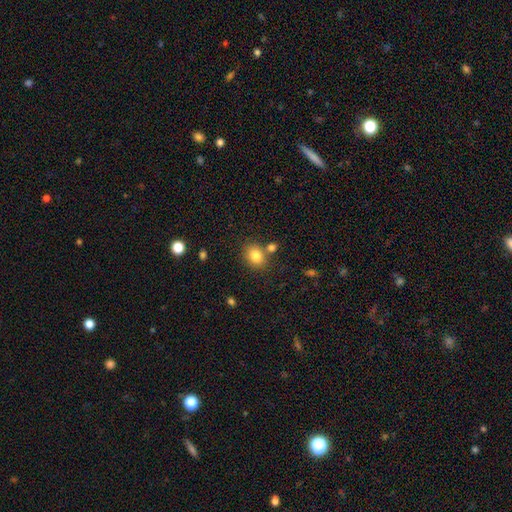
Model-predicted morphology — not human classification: The model was most divided on "how rounded": round: 53%, in between: 47%, cigar-shaped: 1%. More confident: smooth or featured — smooth (82%); merging — none (72%).